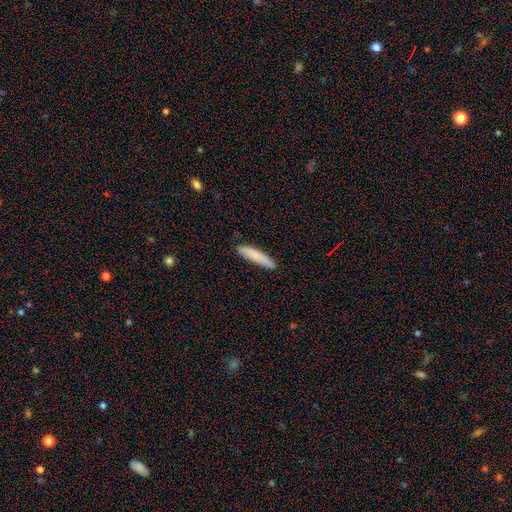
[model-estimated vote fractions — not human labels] smooth_or_featured: smooth (p=0.82) [alt: featured or disk p=0.12]
how_rounded: cigar-shaped (p=0.87) [alt: in between p=0.11]
merging: none (p=0.86) [alt: minor disturbance p=0.11]